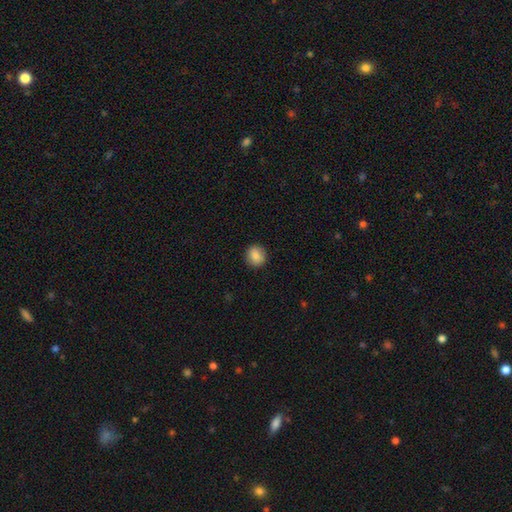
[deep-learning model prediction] The model was most divided on "how rounded": round: 86%, in between: 13%, cigar-shaped: 1%. More confident: merging — none (91%); smooth or featured — smooth (86%).